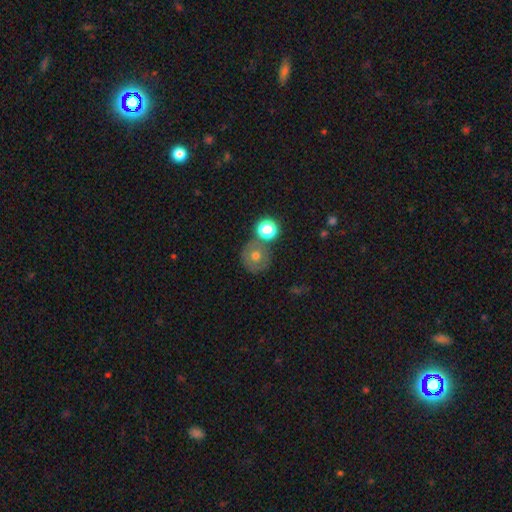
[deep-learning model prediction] smooth 65%, featured or disk 21%, star or artifact 14%. Down the decision tree: how rounded — round (91%); merging — none (65%).